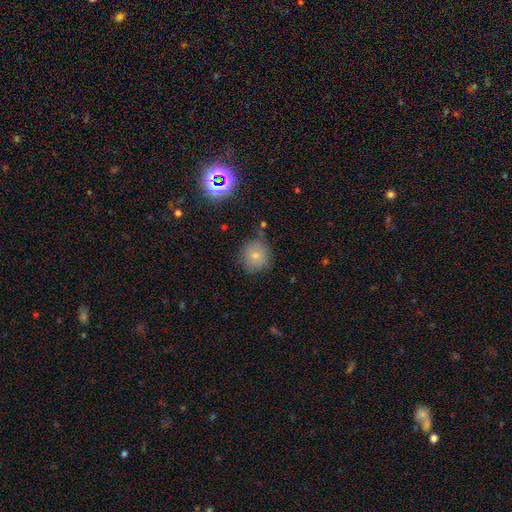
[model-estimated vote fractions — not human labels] smooth-or-featured: smooth: 75% | star or artifact: 13% | featured or disk: 12%
  how-rounded: round: 87% | in between: 12% | cigar-shaped: 1%
  merging: none: 75% | minor disturbance: 17% | major disturbance: 4% | merger: 4%